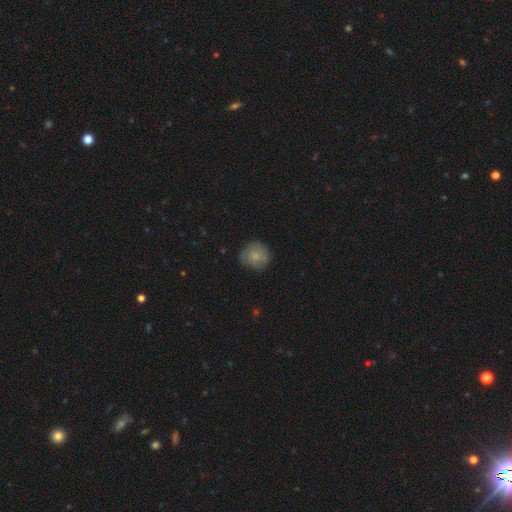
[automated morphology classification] Overall: smooth (68%). How rounded: round (88%). Merging: none (71%).